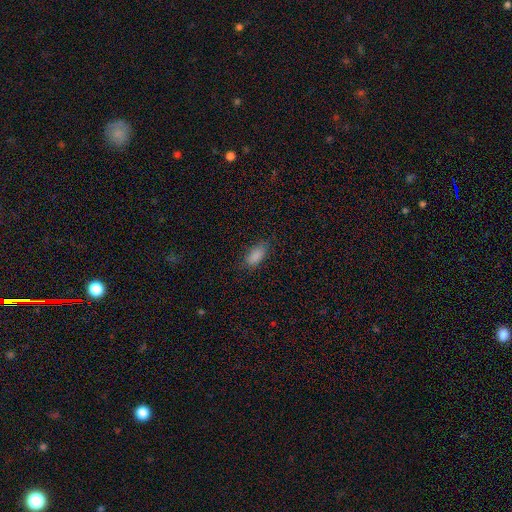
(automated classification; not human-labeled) Smooth or featured? smooth (87%)
How rounded? in between (88%)
Merging? none (79%)